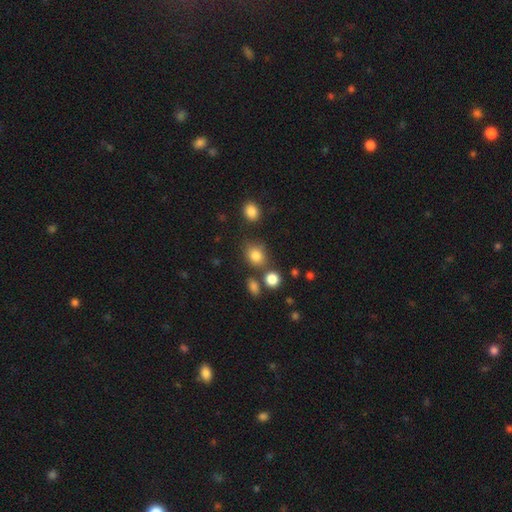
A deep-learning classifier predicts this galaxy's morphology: Smooth or featured: smooth — 82% (star or artifact — 12%)
How rounded: round — 62% (in between — 37%)
Merging: none — 69% (minor disturbance — 14%)